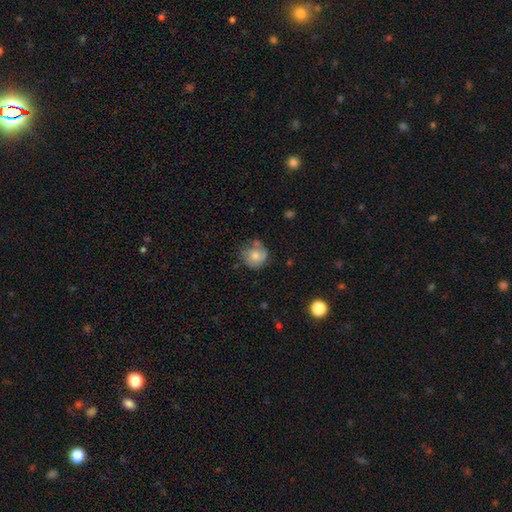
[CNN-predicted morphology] smooth 67%, featured or disk 25%, star or artifact 8%. Down the decision tree: how rounded — round (86%); merging — none (57%).